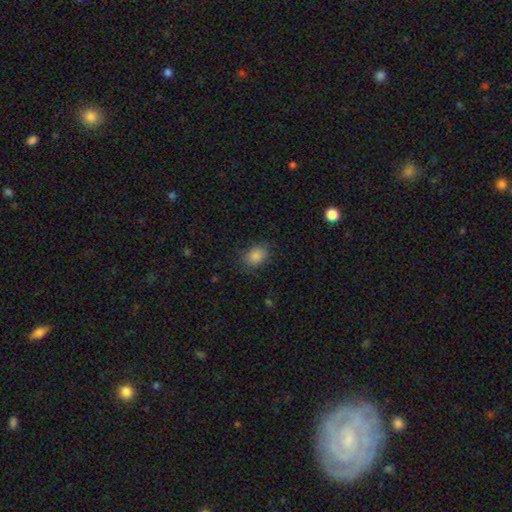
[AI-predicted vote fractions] Smooth or featured? Predicted: smooth (p=0.85). How rounded? Predicted: in between (p=0.69). Merging? Predicted: none (p=0.81).